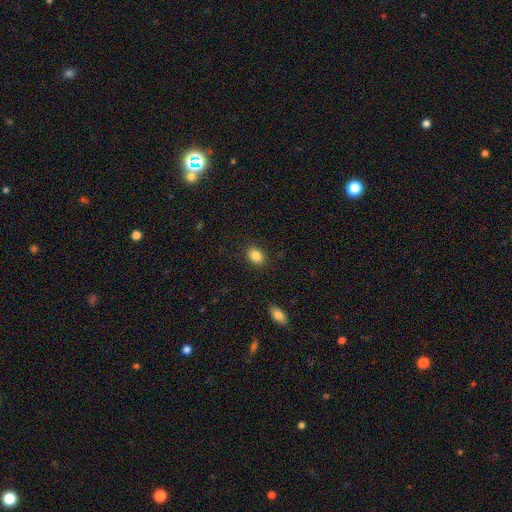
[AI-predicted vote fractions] The model was most divided on "how rounded": in between: 63%, round: 36%, cigar-shaped: 1%. More confident: merging — none (87%); smooth or featured — smooth (85%).